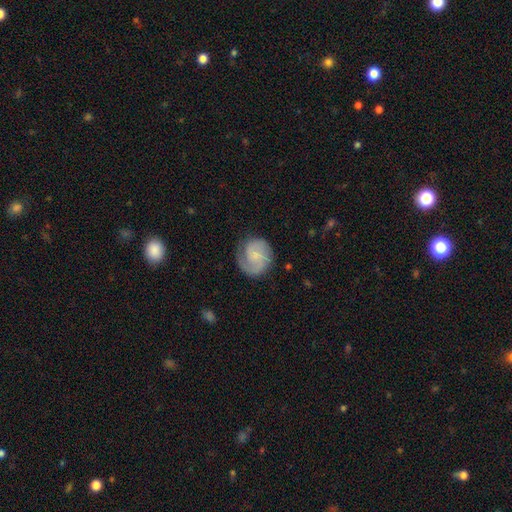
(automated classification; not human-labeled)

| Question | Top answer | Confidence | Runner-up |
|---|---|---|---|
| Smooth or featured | featured or disk | 70% | smooth (24%) |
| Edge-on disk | no | 98% | yes (2%) |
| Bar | no | 61% | weak (34%) |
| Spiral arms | yes | 95% | no (5%) |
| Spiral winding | tight | 44% | medium (41%) |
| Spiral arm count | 2 | 60% | 1 (18%) |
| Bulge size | small | 53% | none (24%) |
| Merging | none | 73% | minor disturbance (17%) |